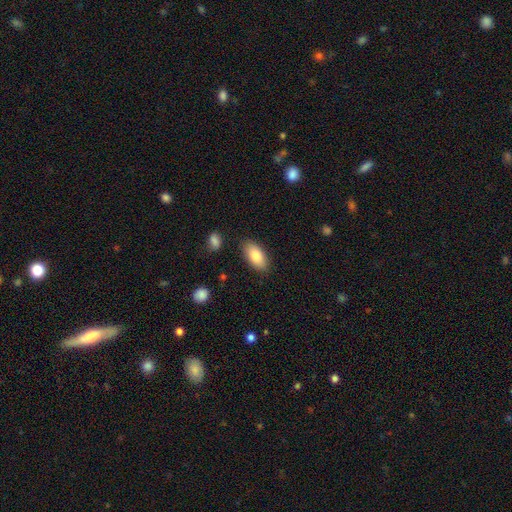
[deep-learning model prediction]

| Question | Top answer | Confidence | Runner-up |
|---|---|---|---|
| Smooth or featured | smooth | 84% | featured or disk (10%) |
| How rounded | in between | 92% | cigar-shaped (5%) |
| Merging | none | 85% | minor disturbance (10%) |